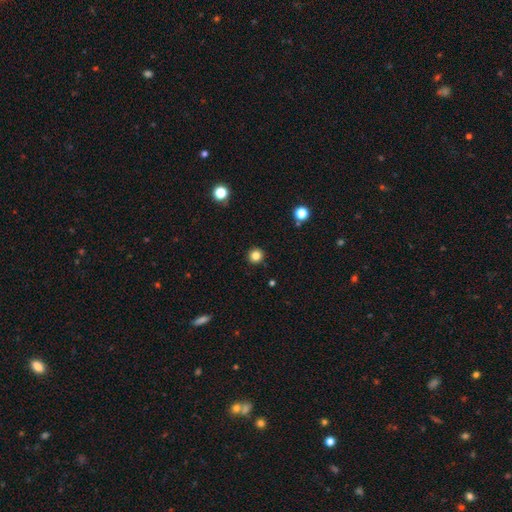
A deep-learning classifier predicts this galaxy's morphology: The model was most divided on "smooth or featured": smooth: 83%, star or artifact: 12%, featured or disk: 5%. More confident: how rounded — round (95%); merging — none (93%).